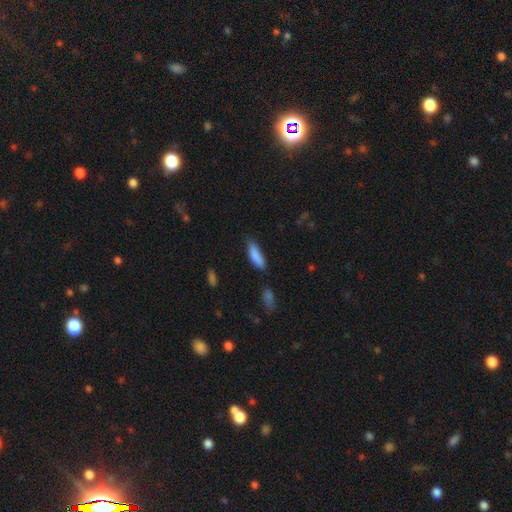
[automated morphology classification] Smooth or featured? smooth (87%)
How rounded? in between (52%)
Merging? none (68%)